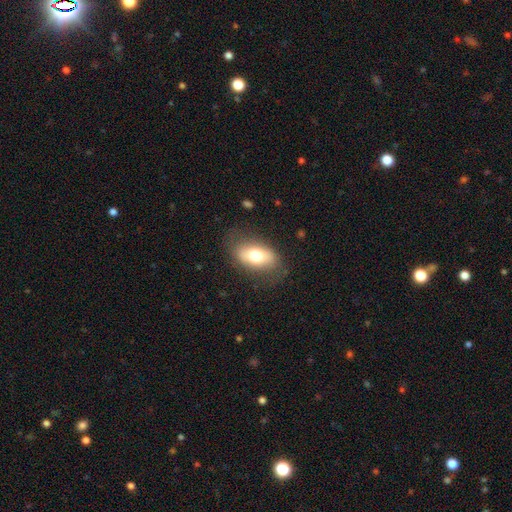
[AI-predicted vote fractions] A smooth galaxy with no disk features (66%) that is in between round and cigar-shaped (88%).

Vote fractions:
- Smooth or featured? smooth: 66% / featured or disk: 27% / star or artifact: 7%
- How rounded? in between: 88% / round: 8% / cigar-shaped: 3%
- Merging? none: 75% / minor disturbance: 17% / major disturbance: 7% / merger: 1%